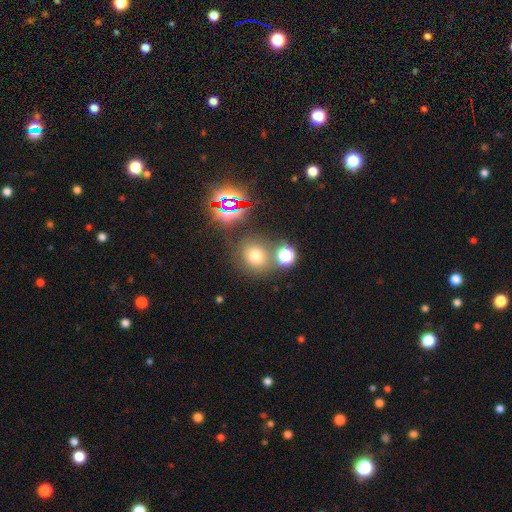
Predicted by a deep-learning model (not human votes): smooth-or-featured: smooth: 64% | star or artifact: 26% | featured or disk: 10%
  how-rounded: round: 82% | in between: 17% | cigar-shaped: 1%
  merging: none: 73% | merger: 13% | minor disturbance: 10% | major disturbance: 4%